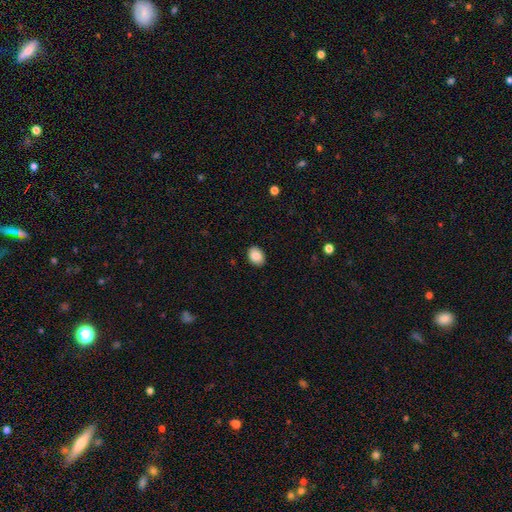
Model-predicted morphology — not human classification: Smooth or featured: smooth — 88% (star or artifact — 8%)
How rounded: in between — 72% (round — 27%)
Merging: none — 89% (minor disturbance — 8%)